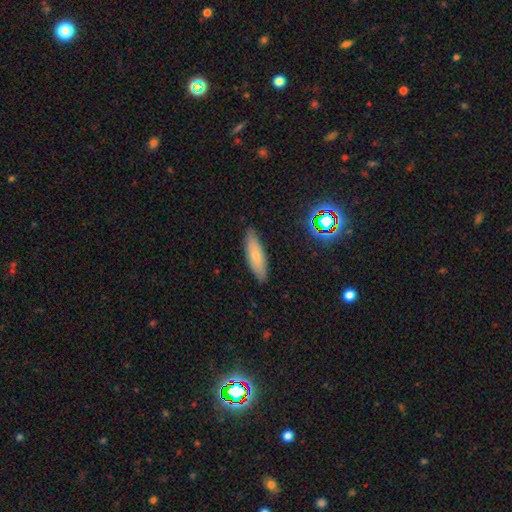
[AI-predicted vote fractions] This is likely a smooth galaxy (68%). How rounded: possibly cigar-shaped (60%). Merging: clearly none (87%).